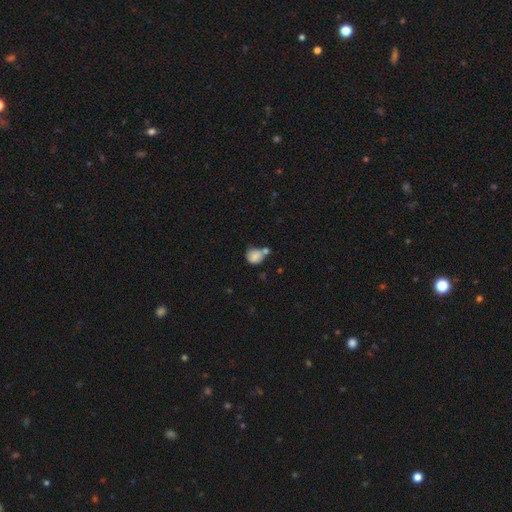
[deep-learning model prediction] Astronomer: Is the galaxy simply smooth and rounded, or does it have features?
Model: smooth — 82%.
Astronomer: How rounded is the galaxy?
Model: round — 76%.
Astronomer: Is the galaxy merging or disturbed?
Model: none — 39% (runner-up: merger, 37%).